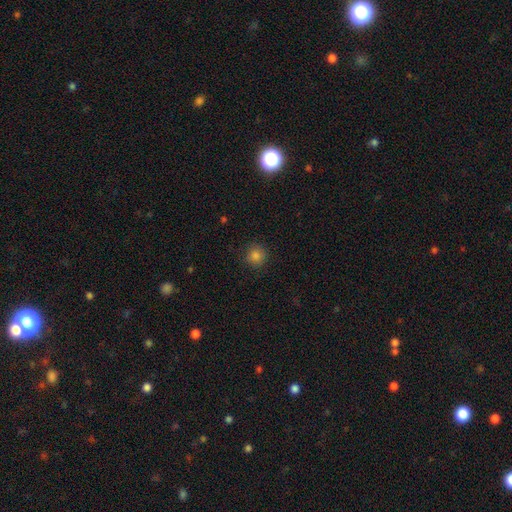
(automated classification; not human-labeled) This appears to be a smooth galaxy with no disk features (83%) that is round (94%). Merging: none (90%).